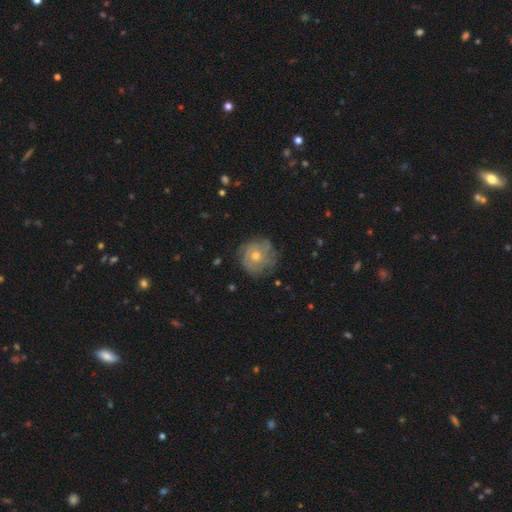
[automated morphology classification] Smooth or featured? Predicted: featured or disk (p=0.57). Edge-on disk? Predicted: no (p=0.97). Bar? Predicted: no (p=0.85). Spiral arms? Predicted: yes (p=0.74). Bulge size? Predicted: moderate (p=0.63). Merging? Predicted: none (p=0.77).